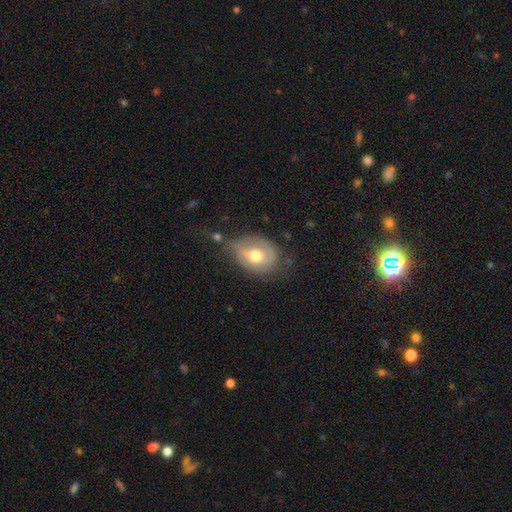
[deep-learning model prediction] Smooth or featured: featured or disk — 48% (smooth — 45%)
Merging: none — 47% (minor disturbance — 32%)